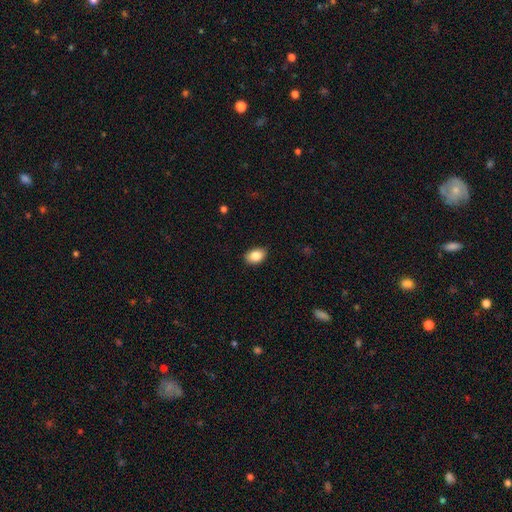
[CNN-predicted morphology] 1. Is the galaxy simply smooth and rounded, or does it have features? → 86% smooth, 8% star or artifact, 6% featured or disk.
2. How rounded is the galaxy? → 85% in between, 13% round, 1% cigar-shaped.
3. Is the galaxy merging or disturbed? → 86% none, 11% minor disturbance, 2% major disturbance, 1% merger.